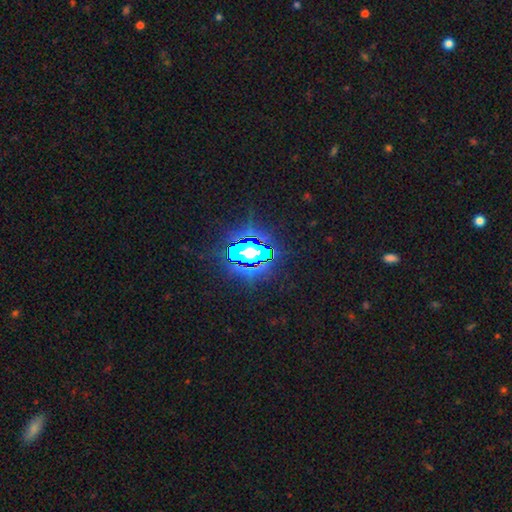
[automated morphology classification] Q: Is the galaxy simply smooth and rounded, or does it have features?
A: star or artifact — 82%.